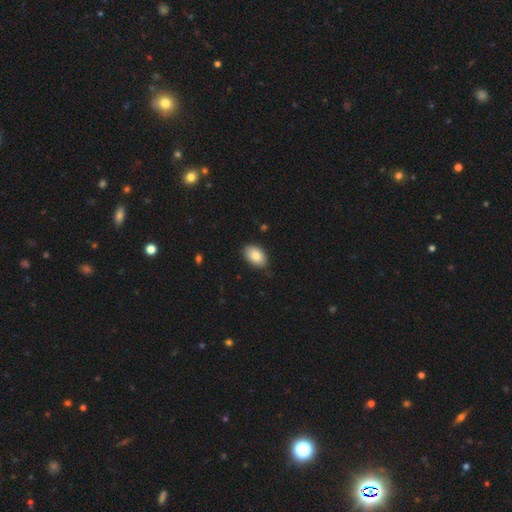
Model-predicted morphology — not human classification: A smooth galaxy with no disk features (86%) that is in between round and cigar-shaped (92%). Merging: none (82%).